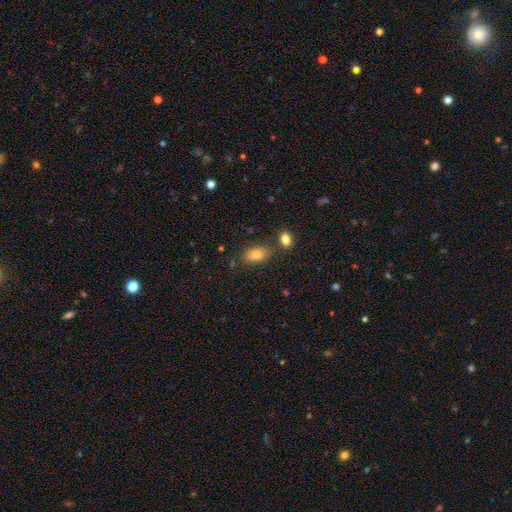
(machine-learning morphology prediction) Smooth or featured?
  - smooth: 82% *
  - star or artifact: 9%
  - featured or disk: 9%
How rounded?
  - in between: 89% *
  - round: 6%
  - cigar-shaped: 5%
Merging?
  - none: 75% *
  - minor disturbance: 12%
  - merger: 9%
  - major disturbance: 3%